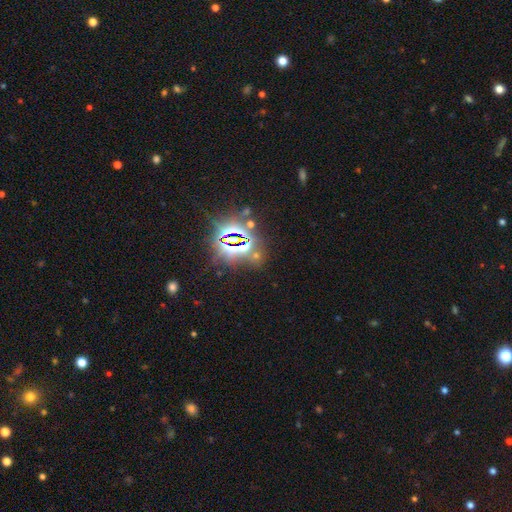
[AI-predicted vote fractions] The model was most divided on "smooth or featured": star or artifact: 77%, smooth: 15%, featured or disk: 7%.